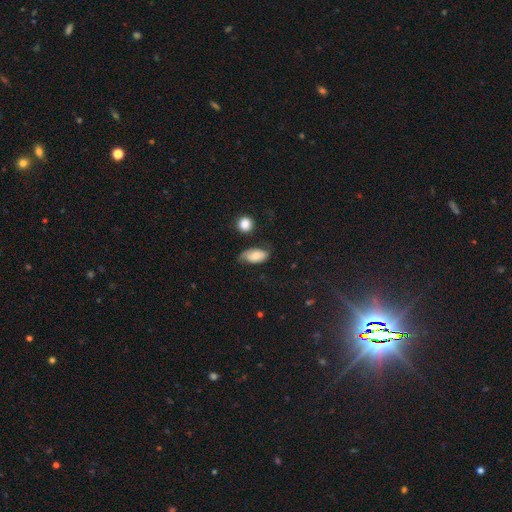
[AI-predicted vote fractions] Smooth or featured? smooth (63%)
How rounded? in between (91%)
Merging? none (49%)